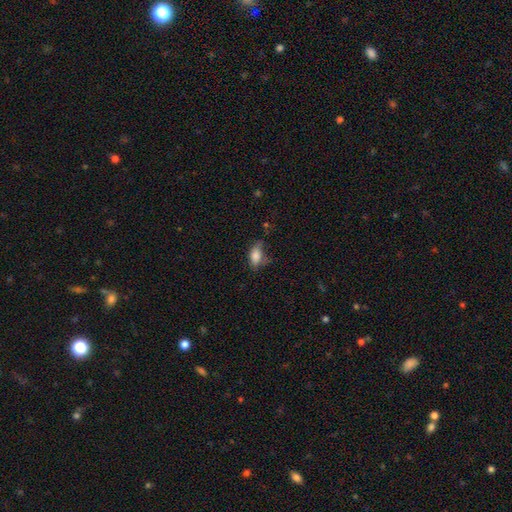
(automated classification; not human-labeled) Smooth or featured?
  - smooth: 81% *
  - featured or disk: 11%
  - star or artifact: 9%
How rounded?
  - in between: 87% *
  - round: 7%
  - cigar-shaped: 6%
Merging?
  - none: 42% *
  - minor disturbance: 36%
  - major disturbance: 18%
  - merger: 4%